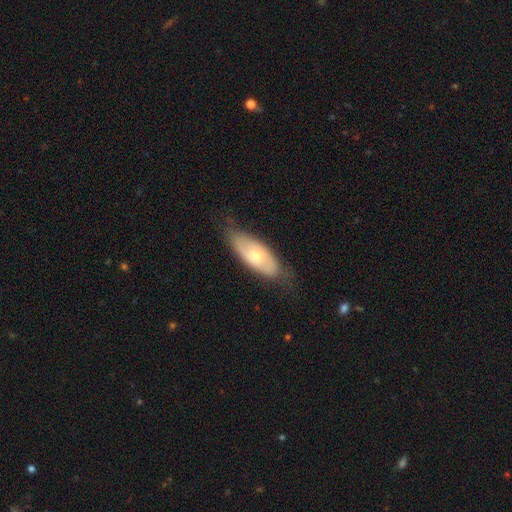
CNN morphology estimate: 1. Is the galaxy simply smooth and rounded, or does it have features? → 52% smooth, 42% featured or disk, 6% star or artifact.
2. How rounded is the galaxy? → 82% in between, 15% cigar-shaped, 3% round.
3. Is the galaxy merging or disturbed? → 69% none, 24% minor disturbance, 6% major disturbance, 1% merger.